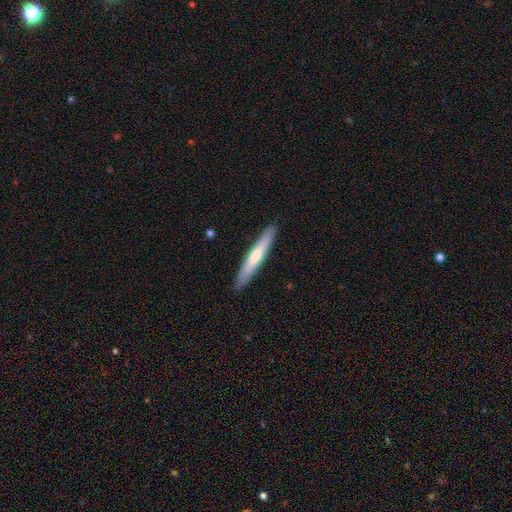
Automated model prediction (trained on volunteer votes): smooth-or-featured: smooth: 56% | featured or disk: 38% | star or artifact: 5%
  how-rounded: cigar-shaped: 93% | in between: 6% | round: 1%
  merging: none: 90% | minor disturbance: 8% | major disturbance: 1% | merger: 1%